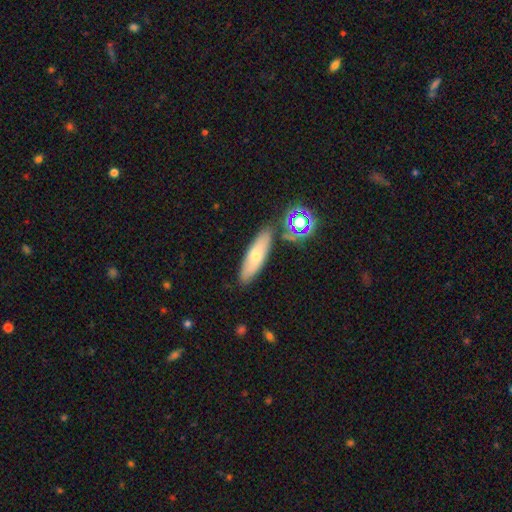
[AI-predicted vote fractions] smooth 59%, featured or disk 31%, star or artifact 10%. Down the decision tree: how rounded — cigar-shaped (54%); merging — none (80%).